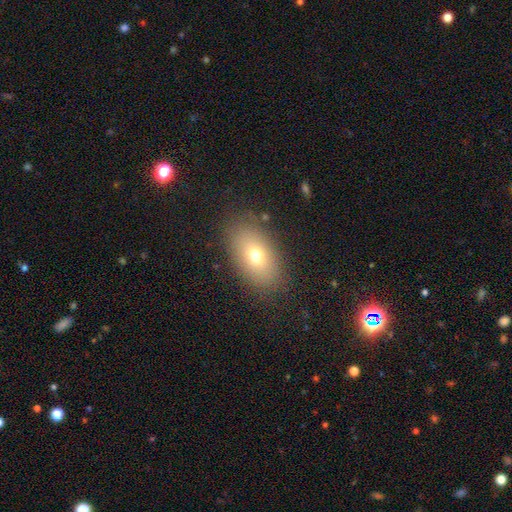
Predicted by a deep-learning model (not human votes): Smooth or featured? Predicted: smooth (p=0.70). How rounded? Predicted: in between (p=0.88). Merging? Predicted: none (p=0.84).